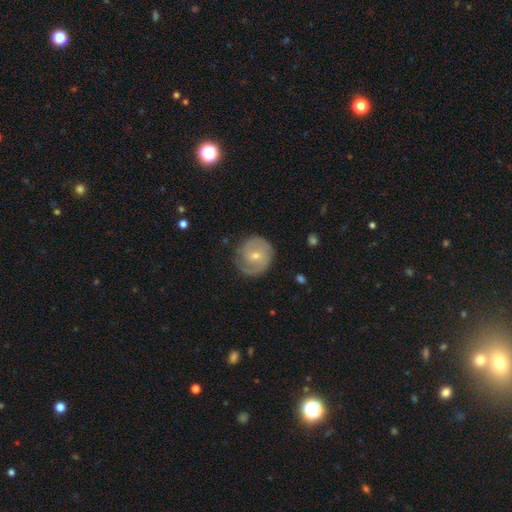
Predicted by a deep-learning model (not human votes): Overall: featured or disk (67%; smooth 28%). Edge-on disk: no (98%). Bar: no (47%; weak 44%). Spiral arms: yes (87%). Spiral arm count: 2 (61%). Spiral winding: tight (44%; medium 40%). Bulge size: small (57%; moderate 39%). Merging: none (77%).